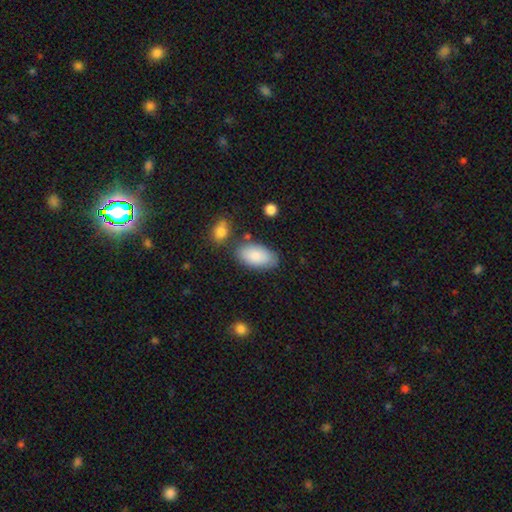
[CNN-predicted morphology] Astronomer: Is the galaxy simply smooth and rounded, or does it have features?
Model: smooth — 85%.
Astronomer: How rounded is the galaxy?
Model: in between — 95%.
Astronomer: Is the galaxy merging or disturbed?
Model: none — 74%.